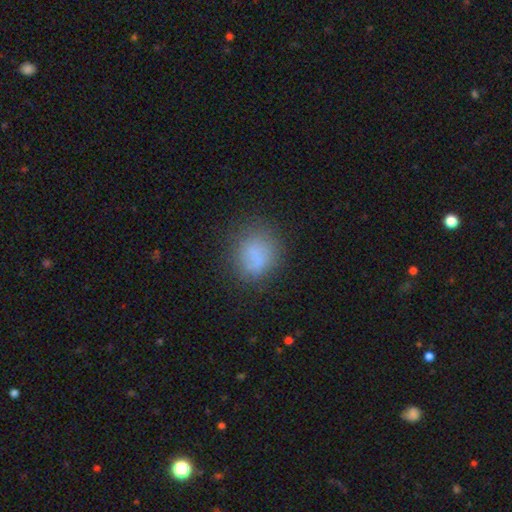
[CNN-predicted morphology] Smooth or featured? Predicted: smooth (p=0.76). How rounded? Predicted: round (p=0.70). Merging? Predicted: none (p=0.68).